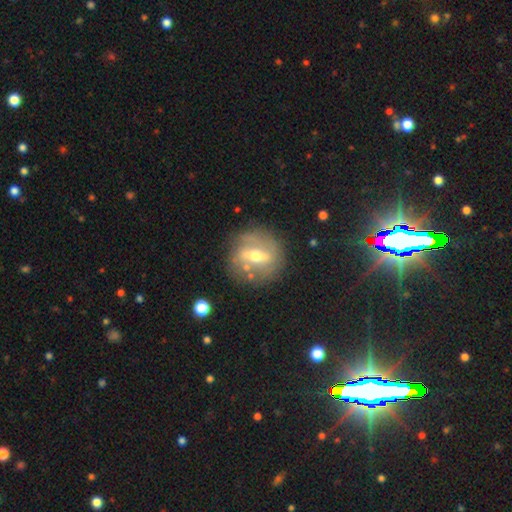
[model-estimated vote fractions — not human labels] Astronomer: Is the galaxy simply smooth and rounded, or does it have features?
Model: featured or disk — 71%.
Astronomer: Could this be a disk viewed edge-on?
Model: no — 83%.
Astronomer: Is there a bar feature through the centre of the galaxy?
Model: strong — 55% (runner-up: weak, 31%).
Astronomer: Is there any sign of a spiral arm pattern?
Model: no — 56% (runner-up: yes, 44%).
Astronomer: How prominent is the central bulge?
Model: moderate — 71%.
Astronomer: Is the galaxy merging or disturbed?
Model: none — 75%.